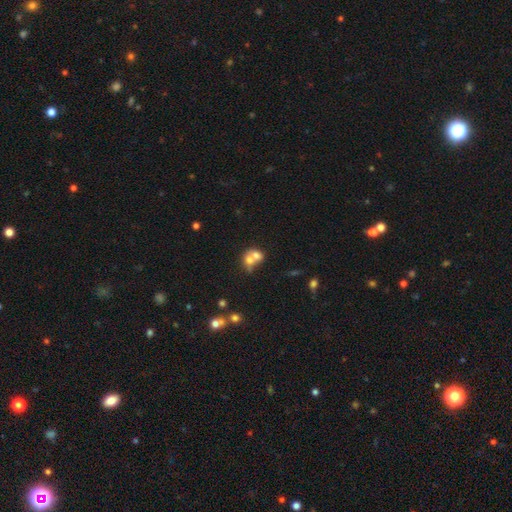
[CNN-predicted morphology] smooth_or_featured: smooth (p=0.64) [alt: featured or disk p=0.25]
how_rounded: round (p=0.51) [alt: in between p=0.48]
merging: merger (p=0.71) [alt: none p=0.19]